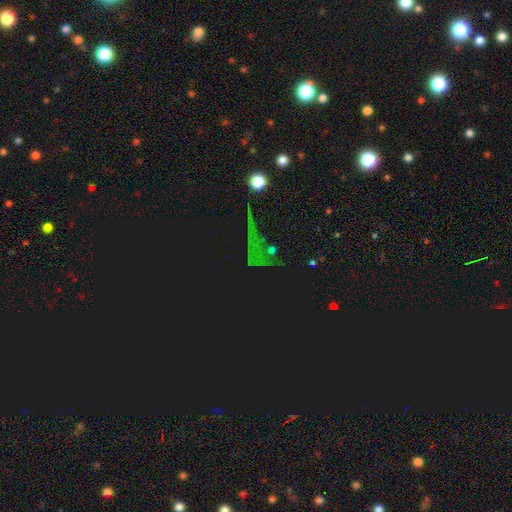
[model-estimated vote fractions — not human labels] Morphology: type=star or artifact (77%).